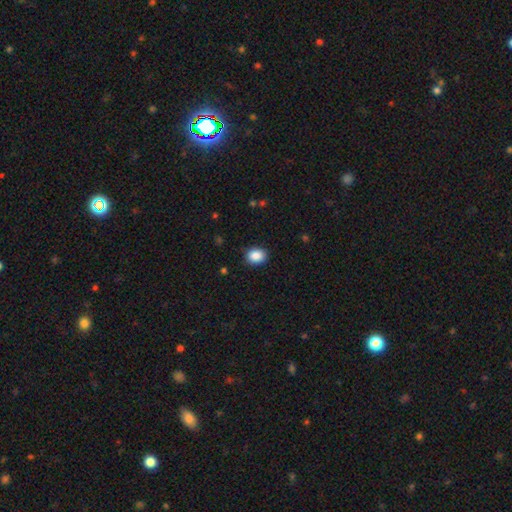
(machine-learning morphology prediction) Overall: smooth (88%). How rounded: in between (51%; round 49%). Merging: none (89%).